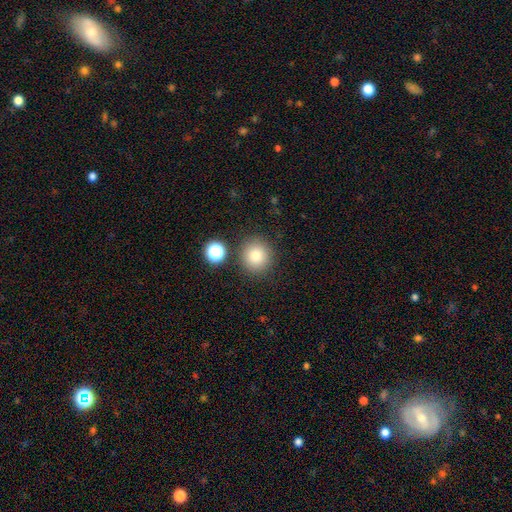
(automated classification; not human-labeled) Smooth or featured: smooth — 80% (star or artifact — 12%)
How rounded: round — 92% (in between — 7%)
Merging: none — 85% (minor disturbance — 8%)